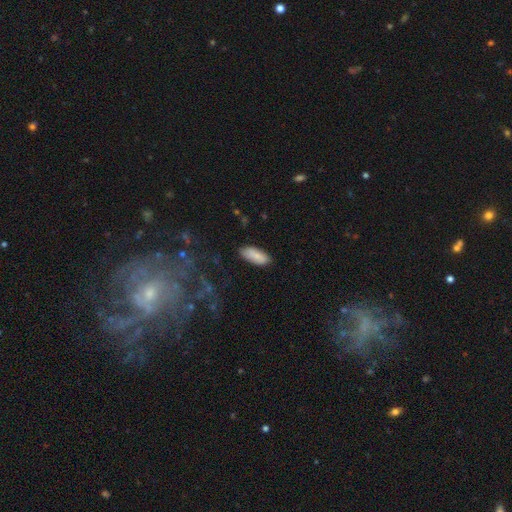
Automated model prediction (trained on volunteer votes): Smooth or featured: smooth — 80% (featured or disk — 13%)
How rounded: in between — 81% (cigar-shaped — 17%)
Merging: none — 83% (minor disturbance — 13%)